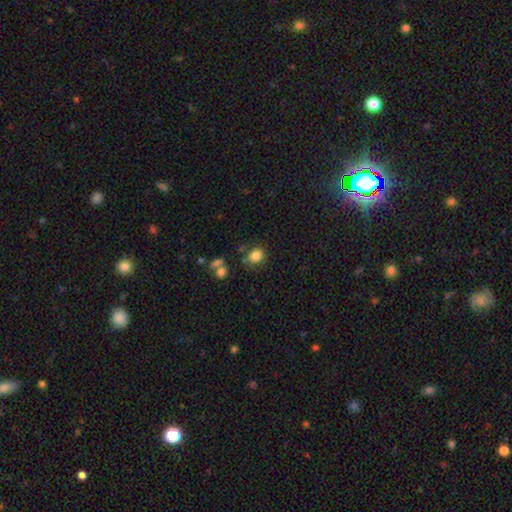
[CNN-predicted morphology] smooth_or_featured: smooth (p=0.83) [alt: star or artifact p=0.11]
how_rounded: round (p=0.55) [alt: in between p=0.44]
merging: none (p=0.70) [alt: minor disturbance p=0.17]